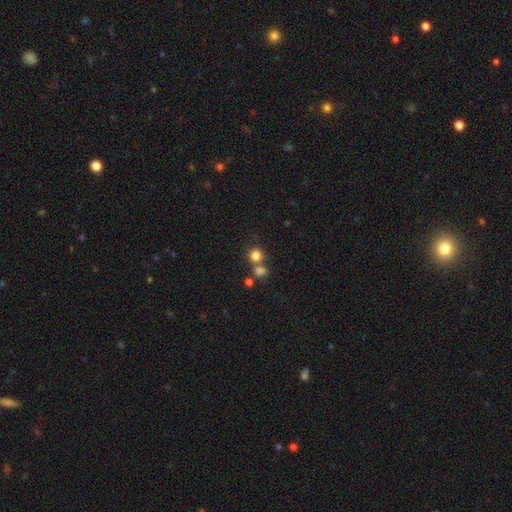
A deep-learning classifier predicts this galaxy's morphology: smooth_or_featured: smooth (p=0.80) [alt: star or artifact p=0.13]
how_rounded: round (p=0.83) [alt: in between p=0.16]
merging: none (p=0.53) [alt: merger p=0.34]